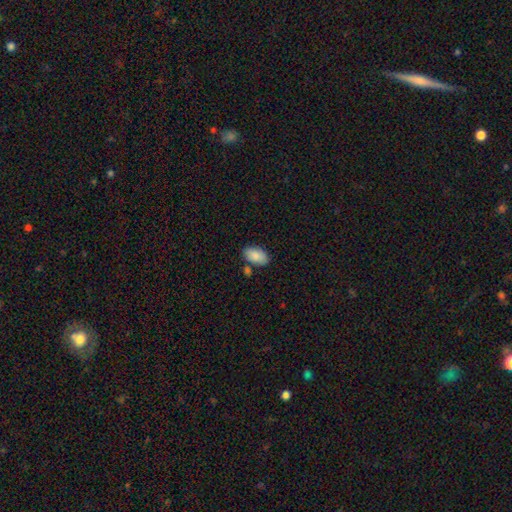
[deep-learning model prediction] Smooth or featured?
  - smooth: 87% *
  - featured or disk: 7%
  - star or artifact: 6%
How rounded?
  - in between: 94% *
  - round: 4%
  - cigar-shaped: 2%
Merging?
  - none: 73% *
  - minor disturbance: 14%
  - merger: 9%
  - major disturbance: 3%